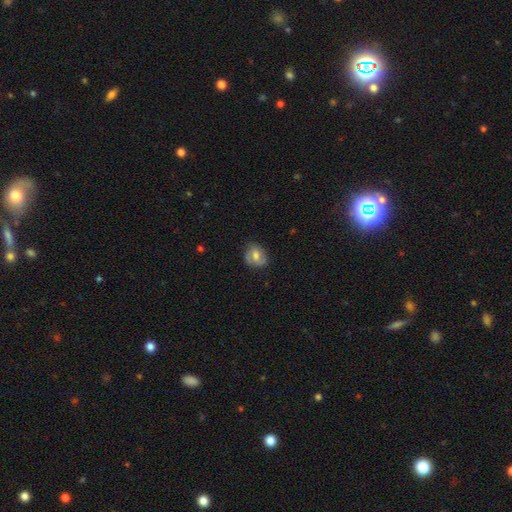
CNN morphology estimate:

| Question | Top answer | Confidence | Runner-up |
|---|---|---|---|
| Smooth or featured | smooth | 58% | featured or disk (34%) |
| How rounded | round | 49% | tied: in between (49%) |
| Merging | none | 69% | minor disturbance (23%) |